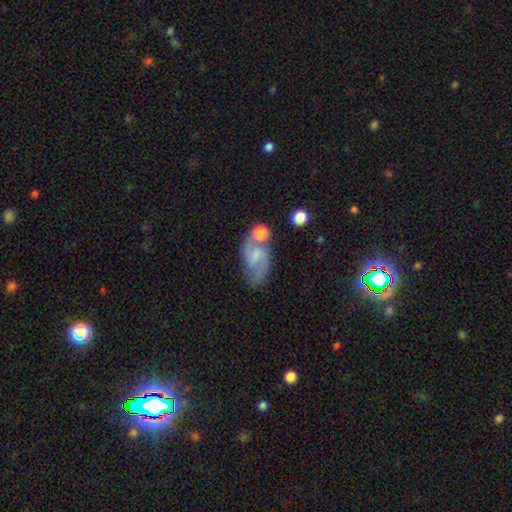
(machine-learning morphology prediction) featured or disk 64%, smooth 27%, star or artifact 9%. Down the decision tree: edge-on disk — no (96%); bar — weak (51%); spiral arms — yes (88%); spiral arm count — 2 (85%); spiral winding — medium (48%); bulge size — small (47%); merging — none (50%).